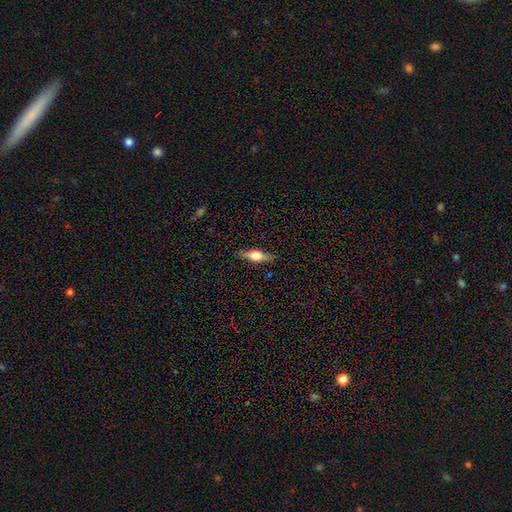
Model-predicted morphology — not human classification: A smooth galaxy with no disk features (51%) that is in between round and cigar-shaped (50%). Merging: none (86%).